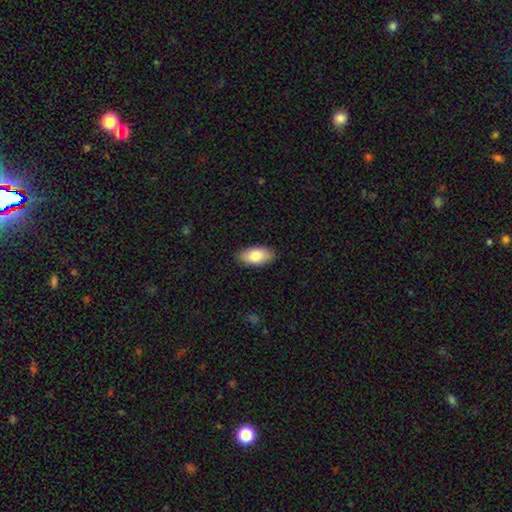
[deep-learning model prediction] Smooth or featured?
  - smooth: 83% *
  - featured or disk: 11%
  - star or artifact: 6%
How rounded?
  - in between: 94% *
  - cigar-shaped: 4%
  - round: 3%
Merging?
  - none: 88% *
  - minor disturbance: 9%
  - major disturbance: 2%
  - merger: 1%